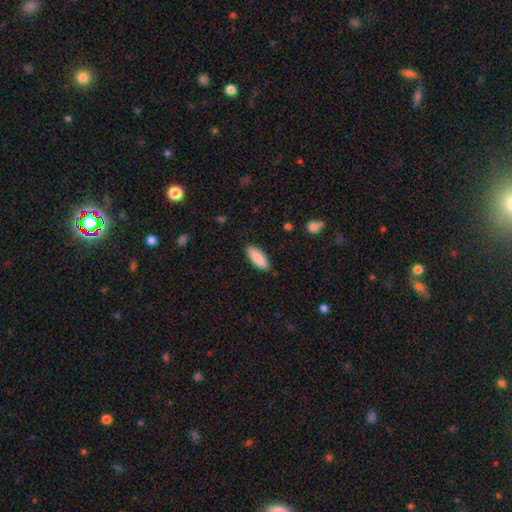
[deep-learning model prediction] Smooth or featured? smooth (90%)
How rounded? in between (82%)
Merging? none (87%)